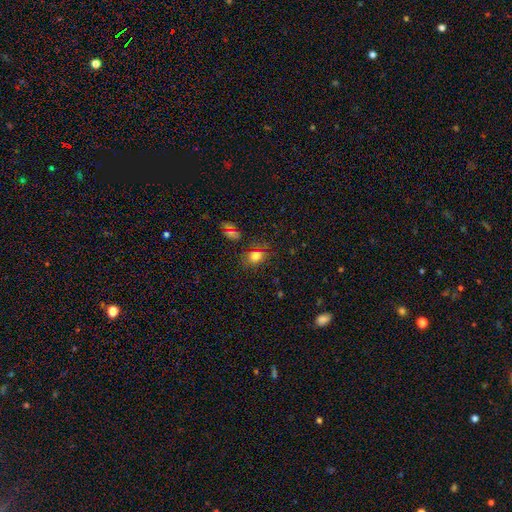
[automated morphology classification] smooth-or-featured: smooth: 74% | star or artifact: 18% | featured or disk: 8%
  how-rounded: in between: 56% | round: 42% | cigar-shaped: 2%
  merging: none: 75% | minor disturbance: 16% | major disturbance: 6% | merger: 4%